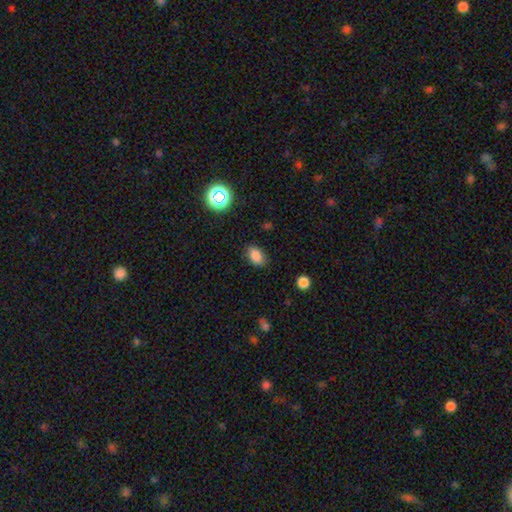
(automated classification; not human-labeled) Q: Smooth or featured?
A: smooth (83%); runner-up: star or artifact (12%)
Q: How rounded?
A: in between (84%); runner-up: round (15%)
Q: Merging?
A: none (82%); runner-up: minor disturbance (13%)